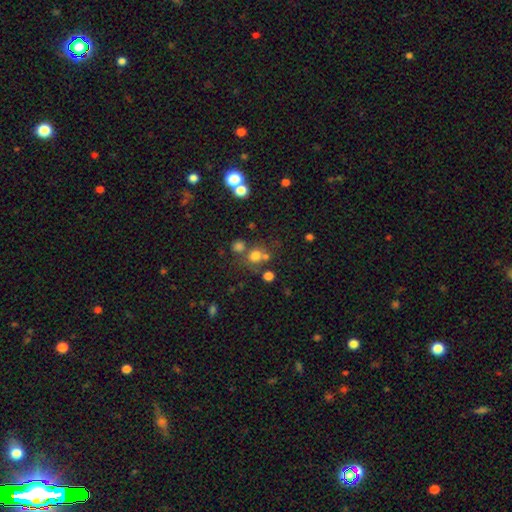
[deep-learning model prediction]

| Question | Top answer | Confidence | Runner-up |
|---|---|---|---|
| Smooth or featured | smooth | 70% | star or artifact (20%) |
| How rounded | round | 86% | in between (13%) |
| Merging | none | 61% | merger (24%) |